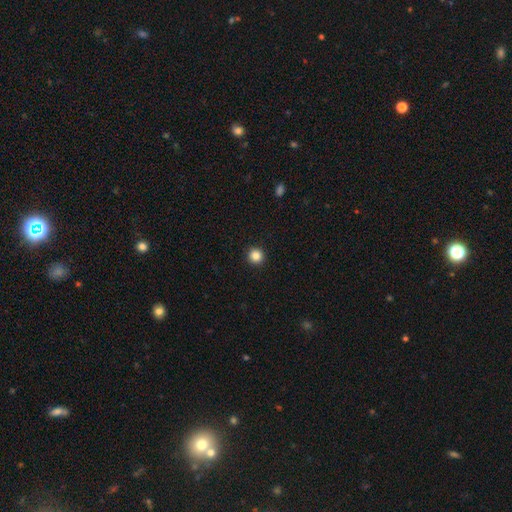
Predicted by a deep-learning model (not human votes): Overall: smooth (86%). How rounded: round (96%). Merging: none (94%).